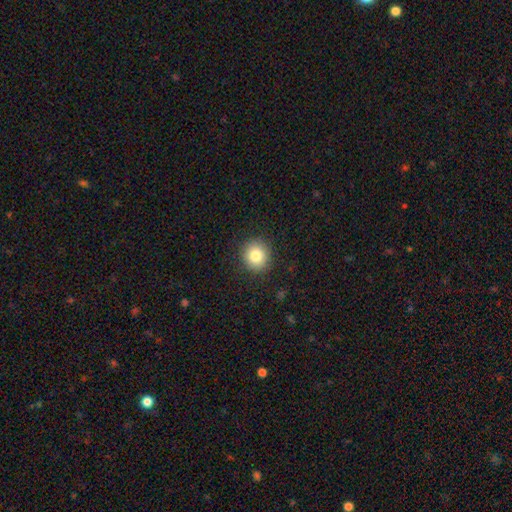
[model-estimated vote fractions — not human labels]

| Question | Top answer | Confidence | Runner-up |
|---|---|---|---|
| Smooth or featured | smooth | 82% | star or artifact (10%) |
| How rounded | round | 90% | in between (9%) |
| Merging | none | 90% | minor disturbance (7%) |